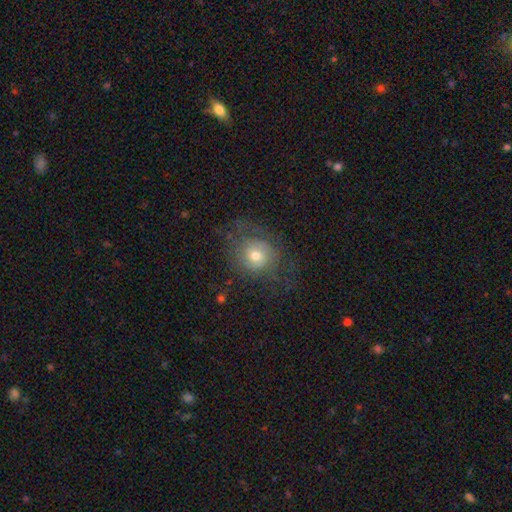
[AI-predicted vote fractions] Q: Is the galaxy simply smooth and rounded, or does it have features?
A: smooth — 50%.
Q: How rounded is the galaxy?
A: round — 81%.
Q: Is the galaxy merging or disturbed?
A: none — 57%.